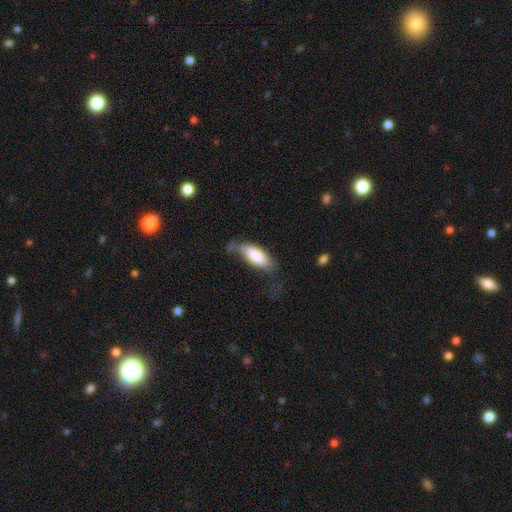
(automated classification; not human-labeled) smooth 79%, featured or disk 15%, star or artifact 6%. Down the decision tree: how rounded — in between (81%); merging — minor disturbance (35%).